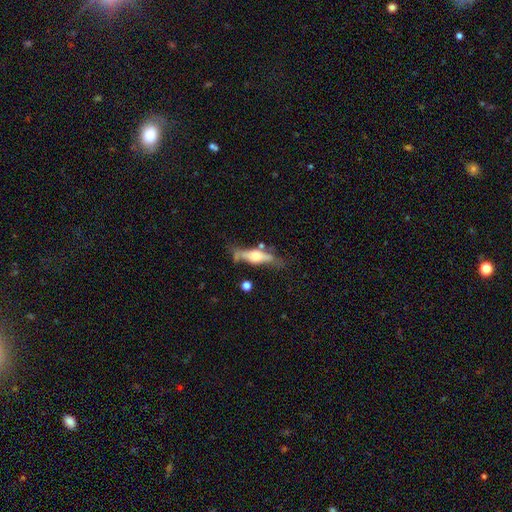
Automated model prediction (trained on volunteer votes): Smooth or featured? featured or disk (55%)
Edge-on disk? yes (83%)
Merging? none (56%)